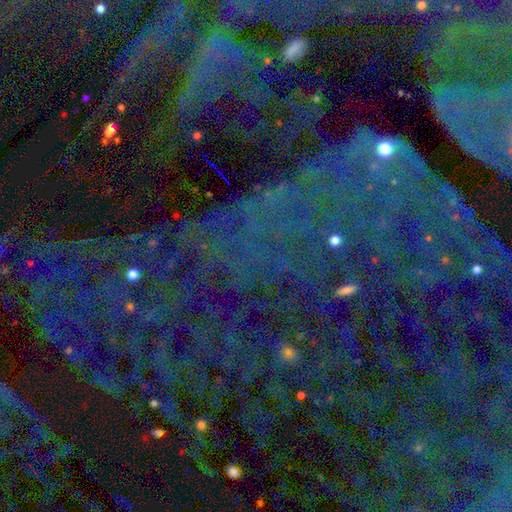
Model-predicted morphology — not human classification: This appears to be a star or artifact, not a galaxy (81%).